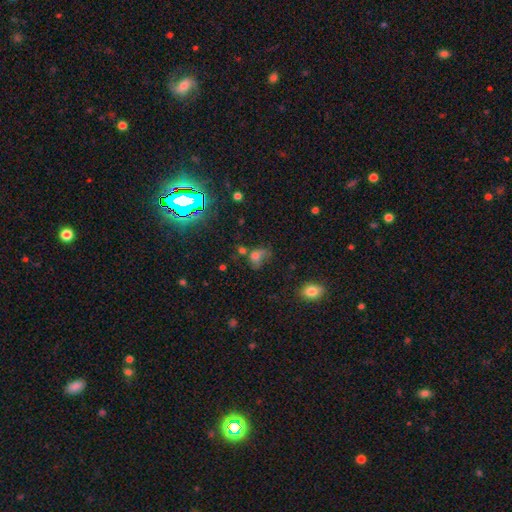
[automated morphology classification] Smooth or featured? Predicted: smooth (p=0.55). How rounded? Predicted: in between (p=0.62). Merging? Predicted: major disturbance (p=0.32).